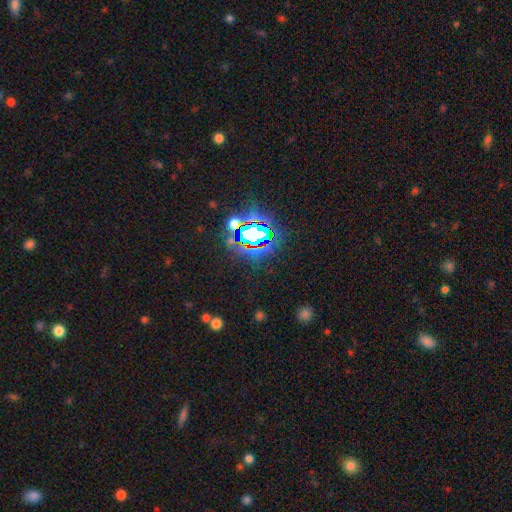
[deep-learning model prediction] Q: Smooth or featured?
A: star or artifact (82%); runner-up: smooth (11%)